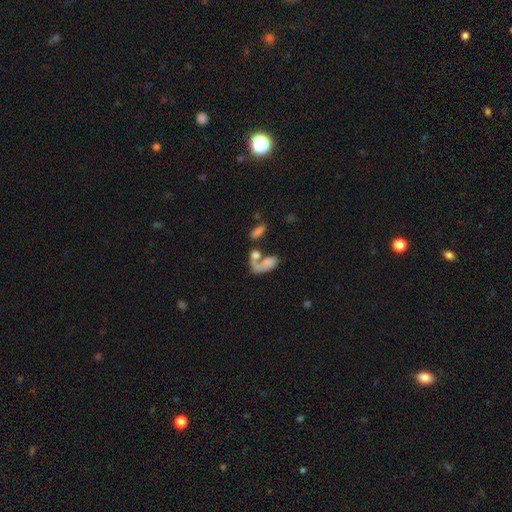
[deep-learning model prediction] Smooth or featured? Predicted: smooth (p=0.54). How rounded? Predicted: in between (p=0.80). Merging? Predicted: merger (p=0.53).